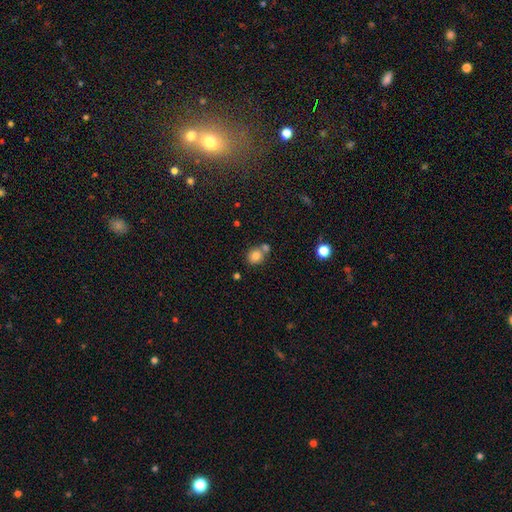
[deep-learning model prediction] Smooth or featured?
  - smooth: 81% *
  - star or artifact: 11%
  - featured or disk: 8%
How rounded?
  - round: 71% *
  - in between: 28%
  - cigar-shaped: 1%
Merging?
  - none: 56% *
  - merger: 30%
  - minor disturbance: 11%
  - major disturbance: 3%